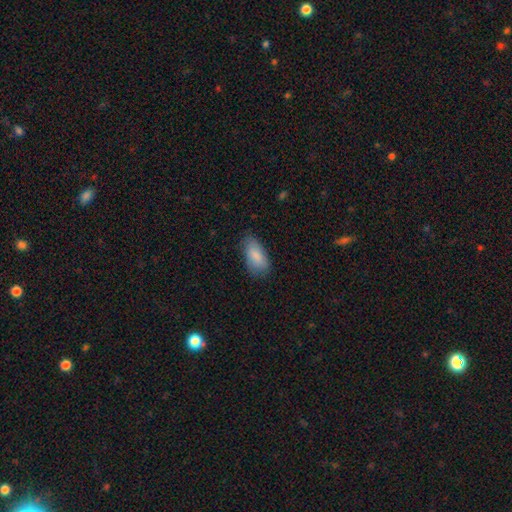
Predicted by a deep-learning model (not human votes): Q: Smooth or featured?
A: smooth (87%); runner-up: featured or disk (7%)
Q: How rounded?
A: in between (90%); runner-up: cigar-shaped (8%)
Q: Merging?
A: none (72%); runner-up: minor disturbance (22%)